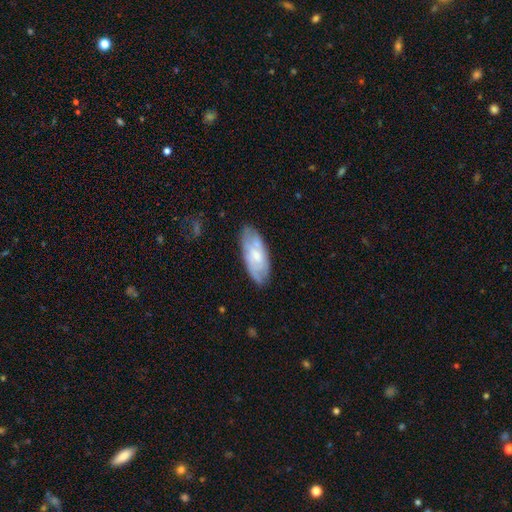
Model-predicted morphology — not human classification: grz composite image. It shows a smooth galaxy with no disk features (48%). Merging: none (73%).